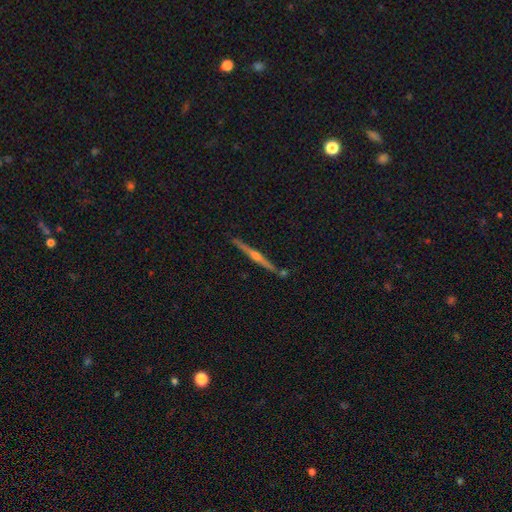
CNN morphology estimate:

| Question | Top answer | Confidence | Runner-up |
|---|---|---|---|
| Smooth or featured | featured or disk | 82% | smooth (12%) |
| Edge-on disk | yes | 98% | no (2%) |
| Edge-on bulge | rounded | 85% | none (9%) |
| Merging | none | 89% | minor disturbance (7%) |